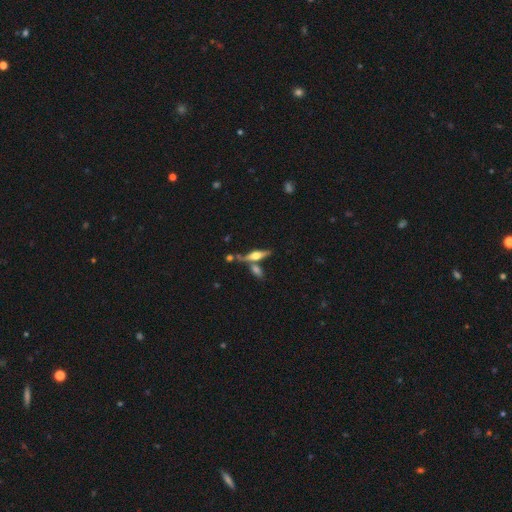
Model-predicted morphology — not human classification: type=featured or disk (63%); edge-on=yes (94%); edge-on bulge=rounded (92%); merging=none (63%).